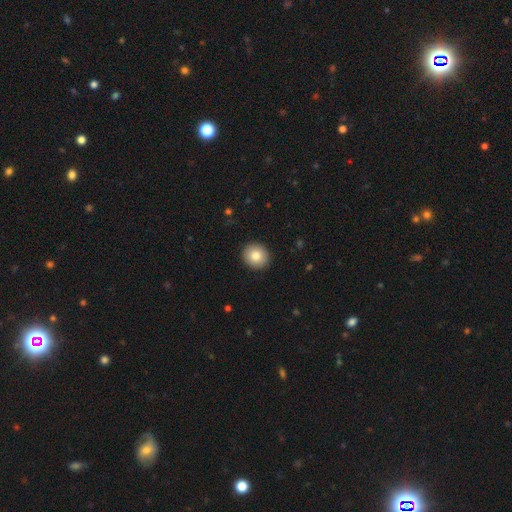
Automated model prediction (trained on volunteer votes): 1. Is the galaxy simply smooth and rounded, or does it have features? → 83% smooth, 9% featured or disk, 8% star or artifact.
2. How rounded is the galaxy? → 86% round, 13% in between, 1% cigar-shaped.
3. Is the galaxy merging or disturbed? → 92% none, 5% minor disturbance, 2% major disturbance, 1% merger.